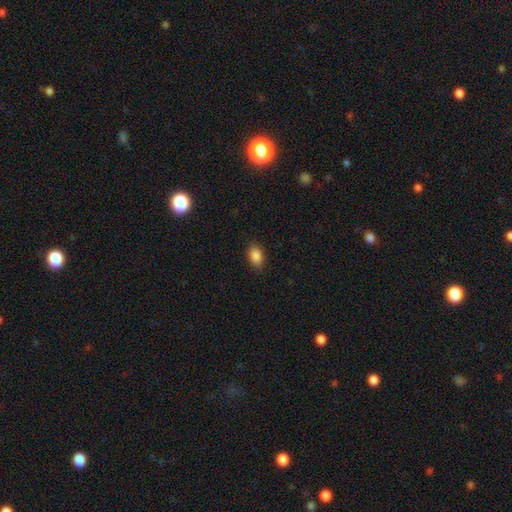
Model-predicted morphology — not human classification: Q: Smooth or featured?
A: smooth (87%); runner-up: star or artifact (9%)
Q: How rounded?
A: in between (88%); runner-up: round (10%)
Q: Merging?
A: none (87%); runner-up: minor disturbance (9%)